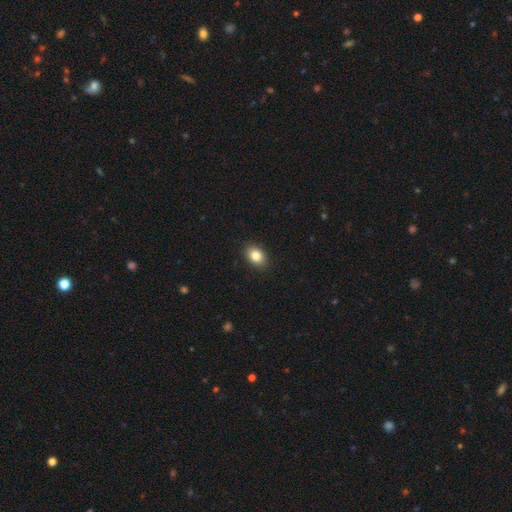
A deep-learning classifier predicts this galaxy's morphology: smooth 84%, star or artifact 9%, featured or disk 7%. Down the decision tree: how rounded — in between (79%); merging — none (90%).